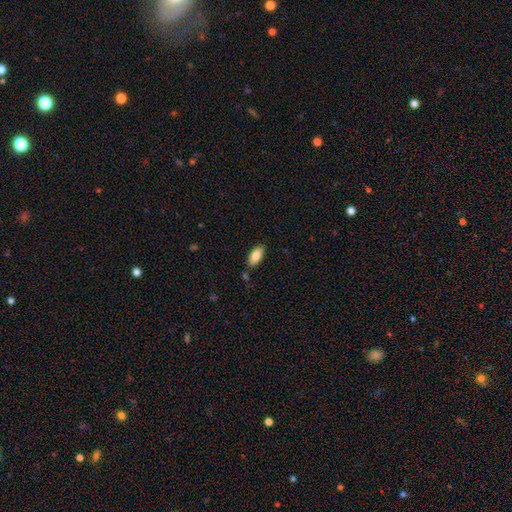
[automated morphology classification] Overall: smooth (84%). How rounded: in between (90%). Merging: none (81%).